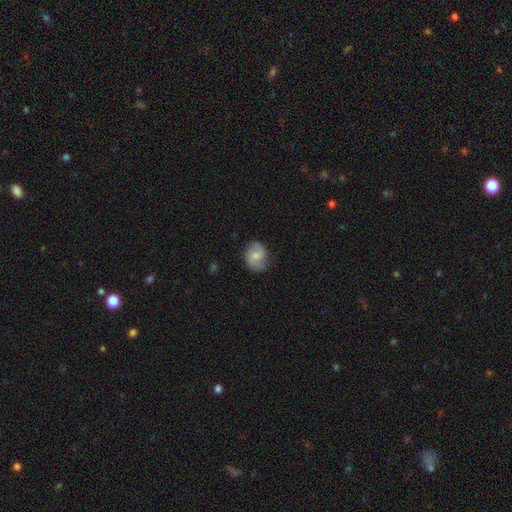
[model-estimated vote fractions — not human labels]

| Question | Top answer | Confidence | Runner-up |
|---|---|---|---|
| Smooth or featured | smooth | 49% | featured or disk (44%) |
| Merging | none | 76% | minor disturbance (18%) |